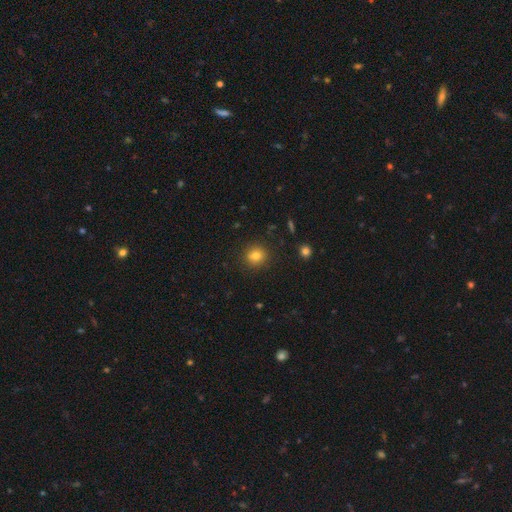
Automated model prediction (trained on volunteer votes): A smooth galaxy with no disk features (80%) that is round (85%).

Vote fractions:
- Smooth or featured? smooth: 80% / star or artifact: 12% / featured or disk: 8%
- How rounded? round: 85% / in between: 14% / cigar-shaped: 1%
- Merging? none: 89% / minor disturbance: 7% / major disturbance: 2% / merger: 1%